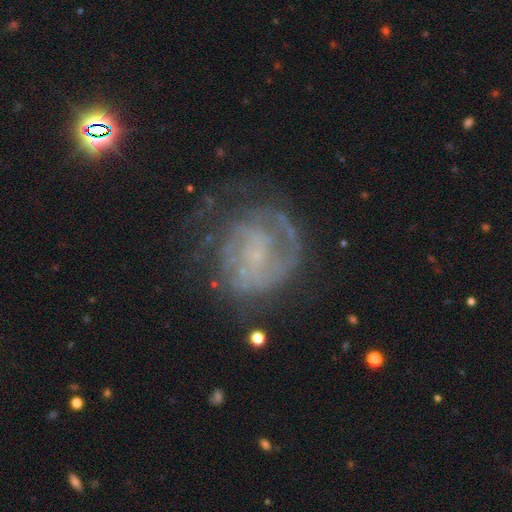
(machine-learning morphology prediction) This is likely a featured or disk galaxy (75%). It is clearly not viewed edge-on (98%). Bar: likely no (62%). Spiral arm pattern: clearly yes (82%). Spiral arm count: marginally can't tell (42%). Spiral winding: possibly tight (58%). Central bulge: possibly small (53%). Merging: possibly none (59%).